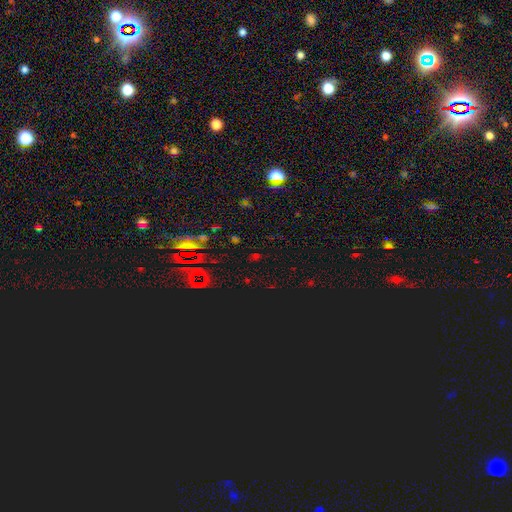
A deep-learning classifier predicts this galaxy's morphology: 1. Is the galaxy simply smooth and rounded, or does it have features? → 73% star or artifact, 19% smooth, 8% featured or disk.